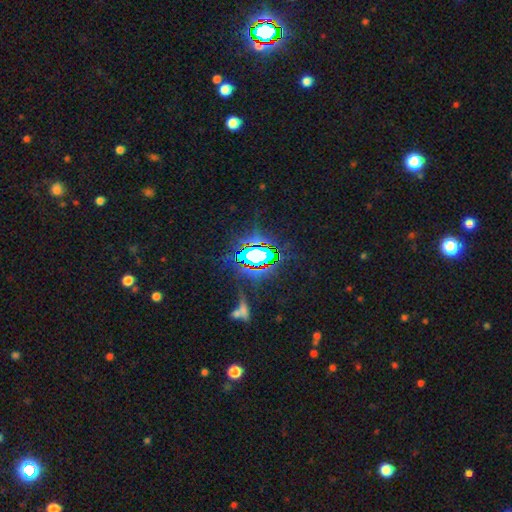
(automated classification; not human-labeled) smooth_or_featured: star or artifact (p=0.74) [alt: smooth p=0.14]